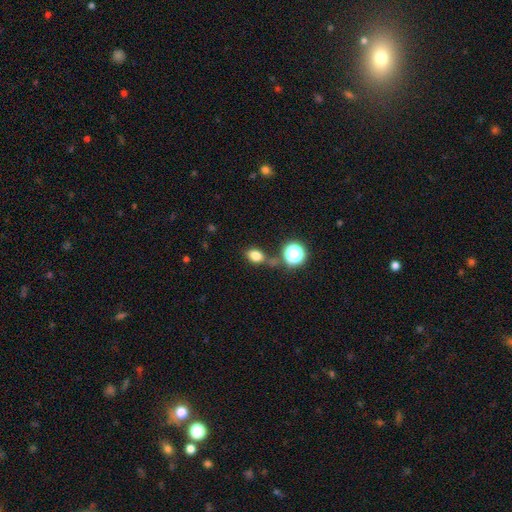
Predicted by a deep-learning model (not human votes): Morphology: type=smooth (77%); roundness=in between (71%); merging=none (61%).